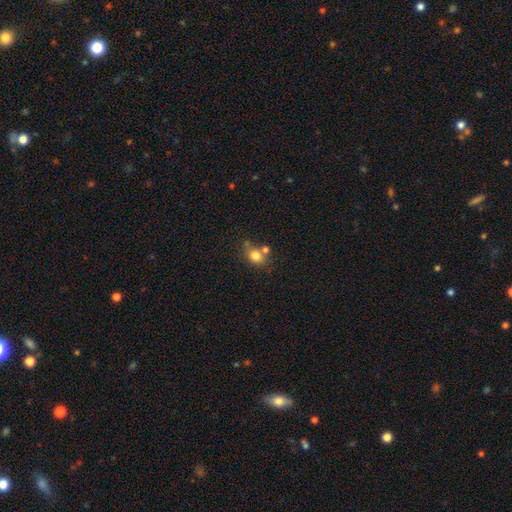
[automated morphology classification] This appears to be a smooth galaxy with no disk features (79%) that is in between round and cigar-shaped (50%). Merging: none (50%).